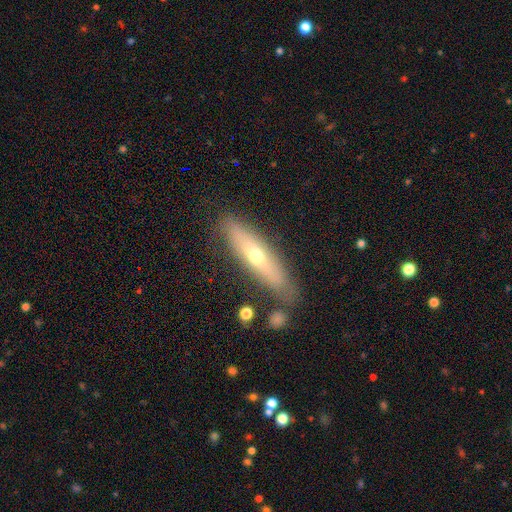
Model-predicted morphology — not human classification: Q: Smooth or featured?
A: smooth (47%); tied with: featured or disk (47%)
Q: Merging?
A: none (76%); runner-up: minor disturbance (15%)